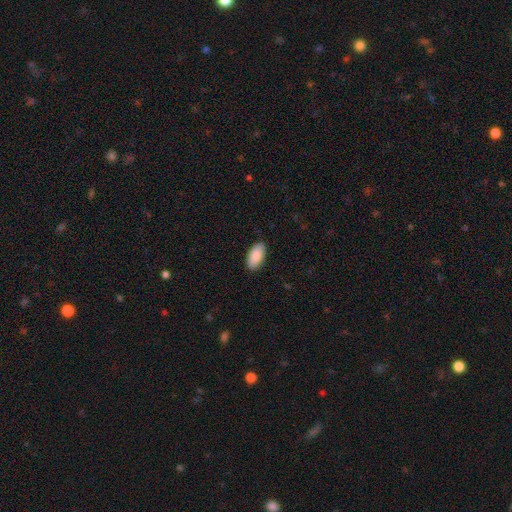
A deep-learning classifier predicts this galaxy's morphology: Smooth or featured?
  - smooth: 89% *
  - star or artifact: 6%
  - featured or disk: 6%
How rounded?
  - in between: 94% *
  - cigar-shaped: 4%
  - round: 2%
Merging?
  - none: 88% *
  - minor disturbance: 9%
  - major disturbance: 2%
  - merger: 1%